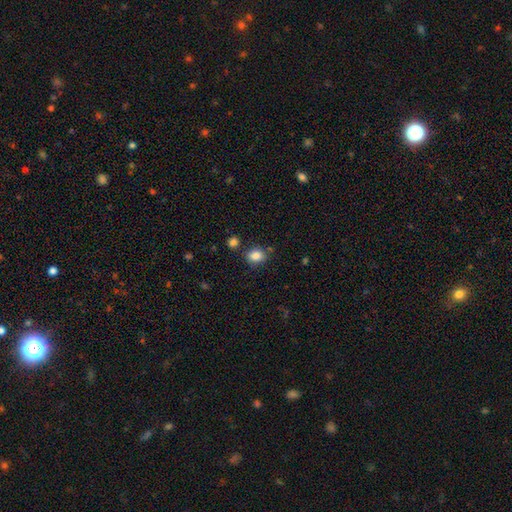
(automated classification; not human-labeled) smooth_or_featured: smooth (p=0.85) [alt: star or artifact p=0.10]
how_rounded: in between (p=0.54) [alt: round p=0.45]
merging: none (p=0.77) [alt: minor disturbance p=0.12]